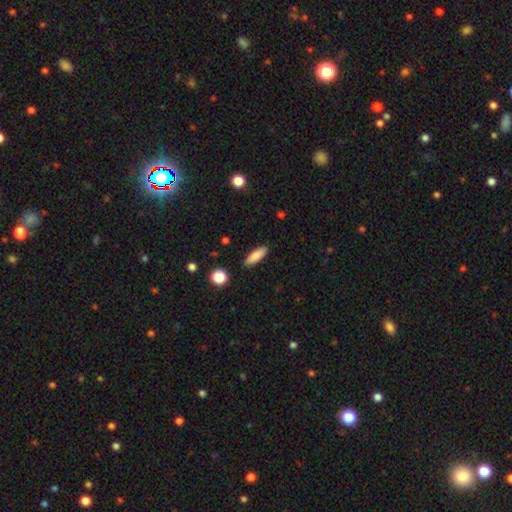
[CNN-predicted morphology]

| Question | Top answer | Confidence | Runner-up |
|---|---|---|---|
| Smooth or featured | smooth | 84% | featured or disk (9%) |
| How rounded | in between | 49% | tied: cigar-shaped (49%) |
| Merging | none | 89% | minor disturbance (8%) |